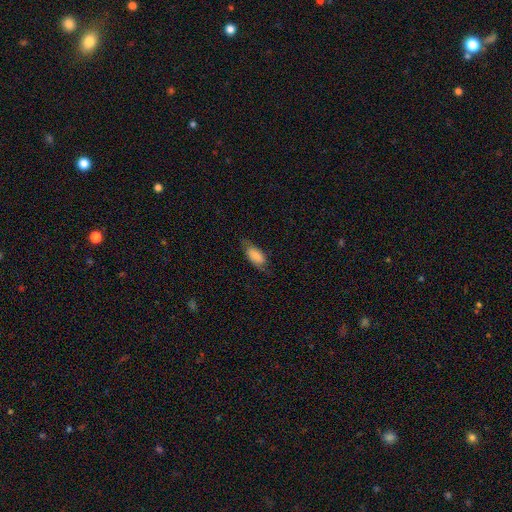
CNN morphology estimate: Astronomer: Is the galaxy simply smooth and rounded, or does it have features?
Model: smooth — 74%.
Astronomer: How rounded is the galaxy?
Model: in between — 86%.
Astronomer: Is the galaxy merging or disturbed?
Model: none — 63%.